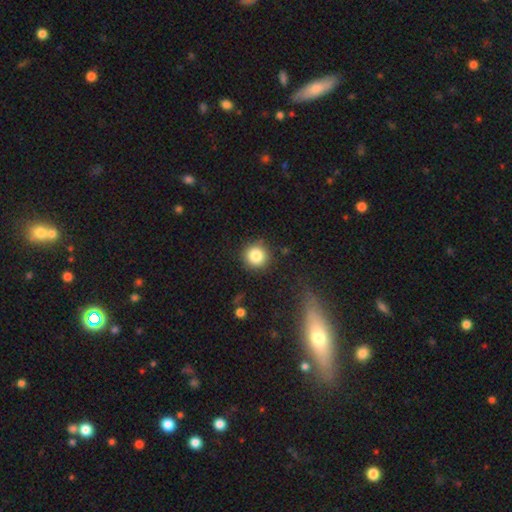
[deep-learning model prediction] This appears to be a smooth galaxy with no disk features (84%) that is round (94%). Merging: none (87%).